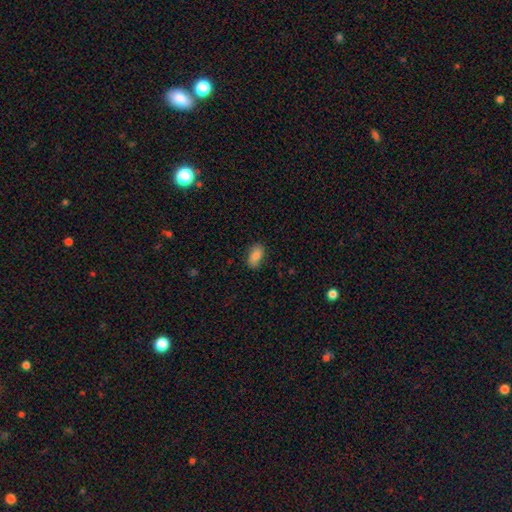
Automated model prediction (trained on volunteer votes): This is clearly a smooth galaxy (84%). How rounded: clearly in between (91%). Merging: clearly none (84%).